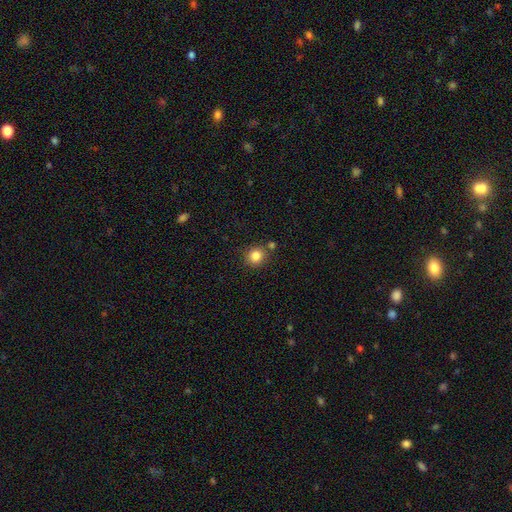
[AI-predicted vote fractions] Smooth or featured? smooth (84%)
How rounded? round (87%)
Merging? none (78%)